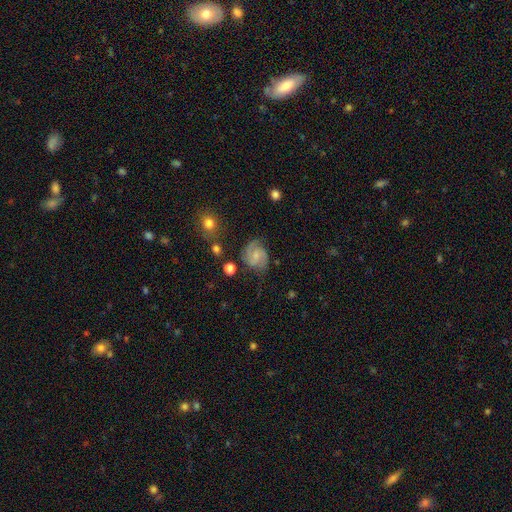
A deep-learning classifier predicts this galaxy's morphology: Smooth or featured? featured or disk (76%)
Edge-on disk? no (98%)
Bar? no (46%)
Spiral arms? yes (96%)
Spiral winding? medium (51%)
Spiral arm count? 2 (70%)
Bulge size? small (59%)
Merging? none (67%)